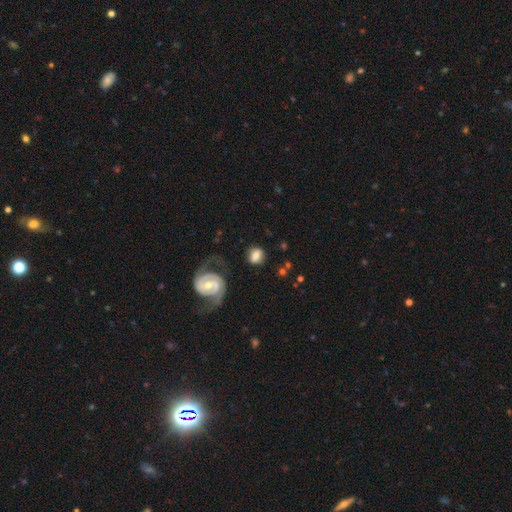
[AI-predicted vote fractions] This appears to be a smooth galaxy with no disk features (61%) that is round (59%). Merging: none (68%).